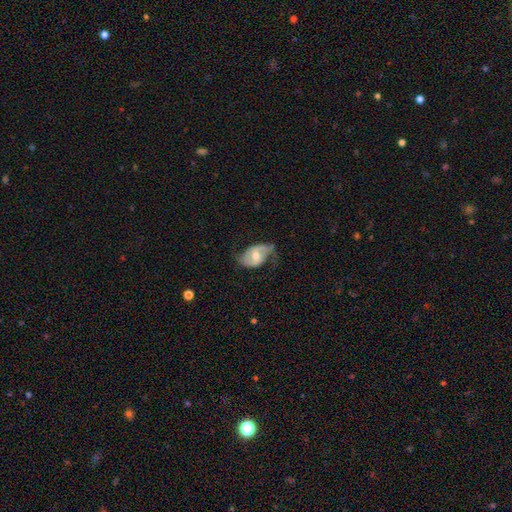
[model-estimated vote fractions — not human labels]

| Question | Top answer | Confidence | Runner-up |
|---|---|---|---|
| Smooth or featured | featured or disk | 67% | smooth (27%) |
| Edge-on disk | no | 95% | yes (5%) |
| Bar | no | 45% | weak (40%) |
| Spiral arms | yes | 82% | no (18%) |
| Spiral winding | loose | 51% | medium (34%) |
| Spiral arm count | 2 | 83% | can't tell (8%) |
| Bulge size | moderate | 68% | small (24%) |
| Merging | none | 55% | minor disturbance (28%) |